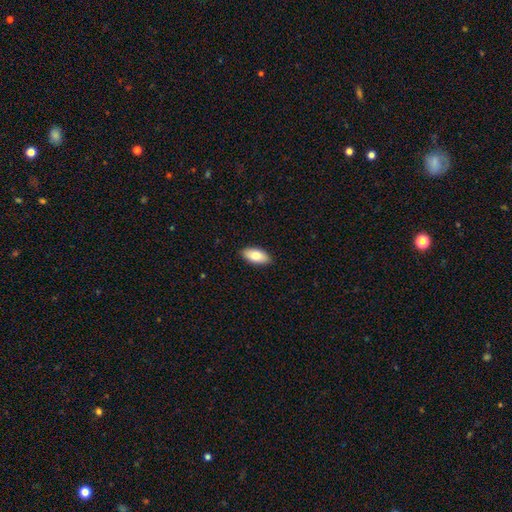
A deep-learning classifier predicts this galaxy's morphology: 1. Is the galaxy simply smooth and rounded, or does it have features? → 79% smooth, 14% featured or disk, 6% star or artifact.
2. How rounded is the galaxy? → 91% in between, 6% cigar-shaped, 2% round.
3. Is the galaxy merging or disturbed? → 89% none, 8% minor disturbance, 2% major disturbance, 1% merger.